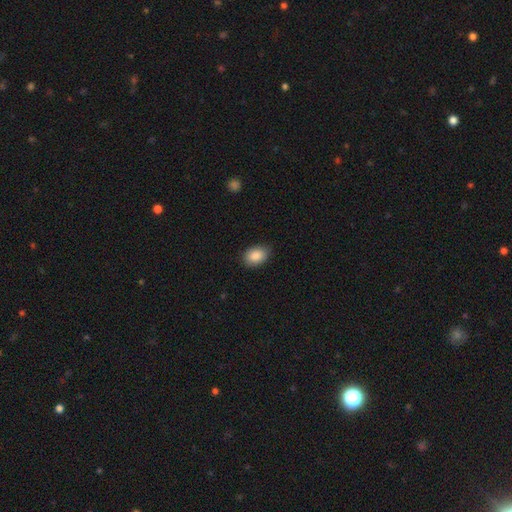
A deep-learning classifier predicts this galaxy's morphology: smooth_or_featured: smooth (p=0.88) [alt: star or artifact p=0.07]
how_rounded: in between (p=0.85) [alt: round p=0.14]
merging: none (p=0.85) [alt: minor disturbance p=0.12]